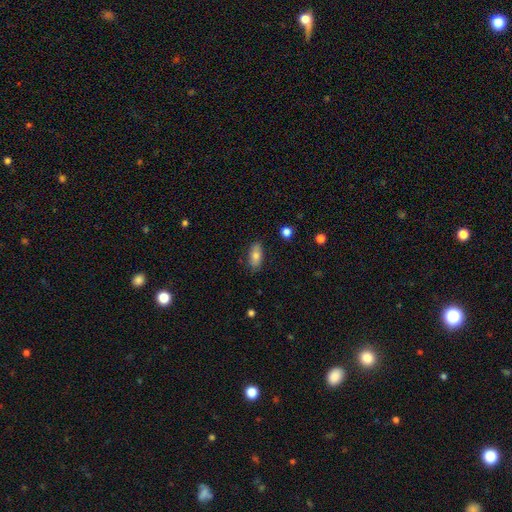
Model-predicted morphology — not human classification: type=smooth (76%); roundness=in between (85%); merging=none (84%).